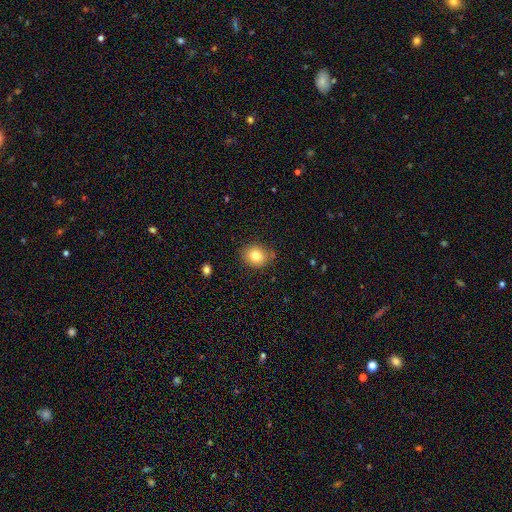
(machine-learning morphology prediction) Overall: smooth (80%). How rounded: round (62%; in between 37%). Merging: none (80%).